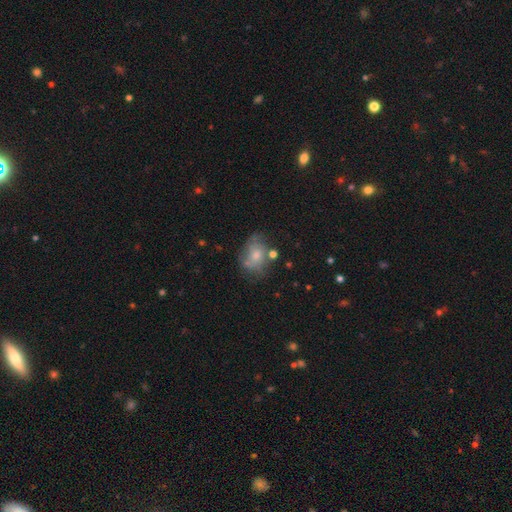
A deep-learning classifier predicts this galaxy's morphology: The model was most divided on "smooth or featured": smooth: 48%, featured or disk: 42%, star or artifact: 10%. Remaining: merging — none (47%).